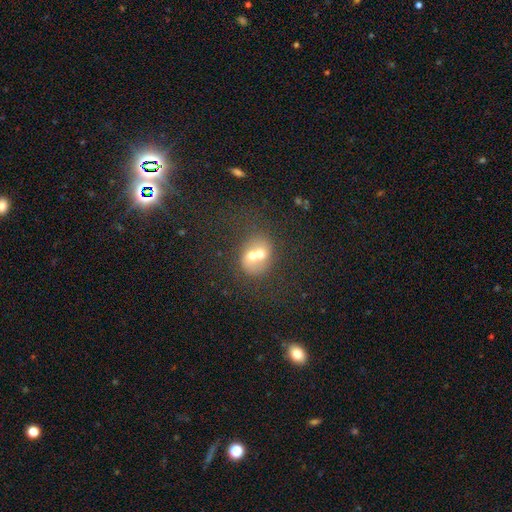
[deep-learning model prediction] Morphology: type=smooth (55%); roundness=round (62%); merging=merger (68%).